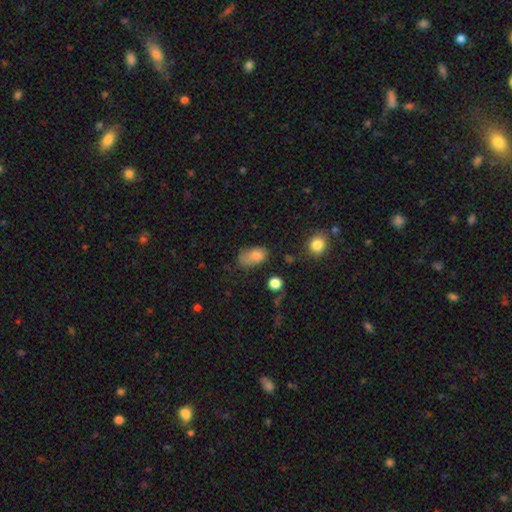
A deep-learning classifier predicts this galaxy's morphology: type=smooth (77%); roundness=in between (86%); merging=none (42%).